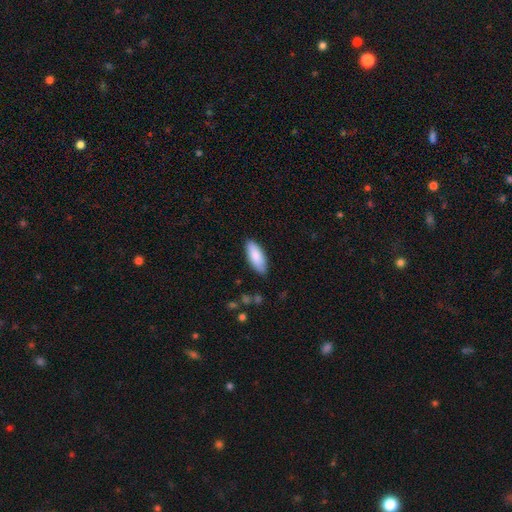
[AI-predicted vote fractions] smooth-or-featured: smooth: 85% | featured or disk: 10% | star or artifact: 6%
  how-rounded: in between: 79% | cigar-shaped: 19% | round: 2%
  merging: none: 85% | minor disturbance: 12% | major disturbance: 2% | merger: 1%